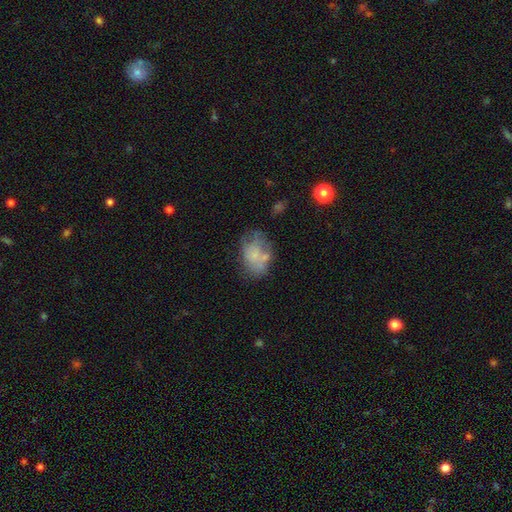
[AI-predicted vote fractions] smooth_or_featured: smooth (p=0.51) [alt: featured or disk p=0.39]
how_rounded: in between (p=0.76) [alt: round p=0.23]
merging: none (p=0.42) [alt: minor disturbance p=0.27]